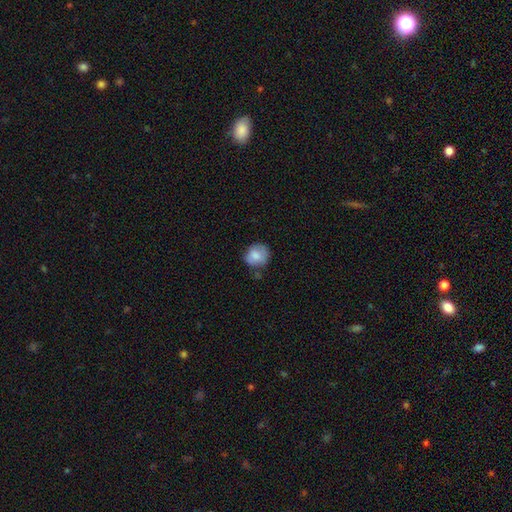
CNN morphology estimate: Smooth or featured: smooth — 78% (featured or disk — 14%)
How rounded: round — 78% (in between — 21%)
Merging: none — 64% (minor disturbance — 26%)